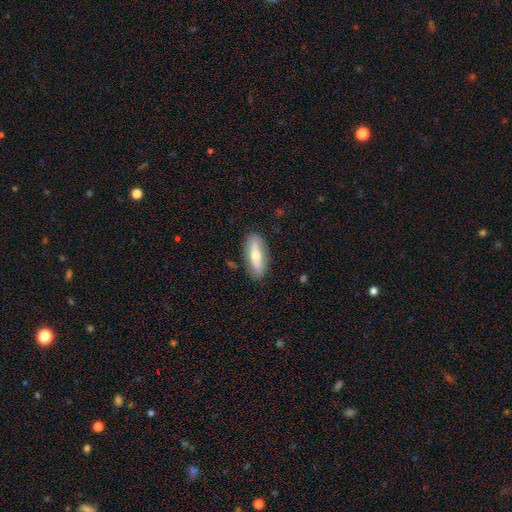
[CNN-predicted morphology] The model was most divided on "smooth or featured": smooth: 55%, featured or disk: 39%, star or artifact: 6%. More confident: merging — none (84%); how rounded — in between (66%).